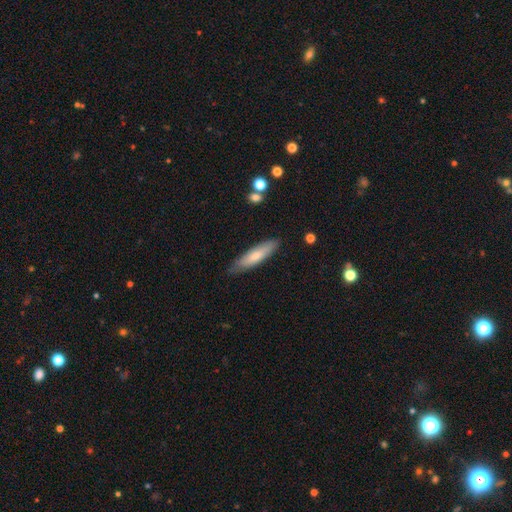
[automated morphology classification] Smooth or featured: smooth — 72% (featured or disk — 23%)
How rounded: cigar-shaped — 72% (in between — 26%)
Merging: none — 80% (minor disturbance — 16%)